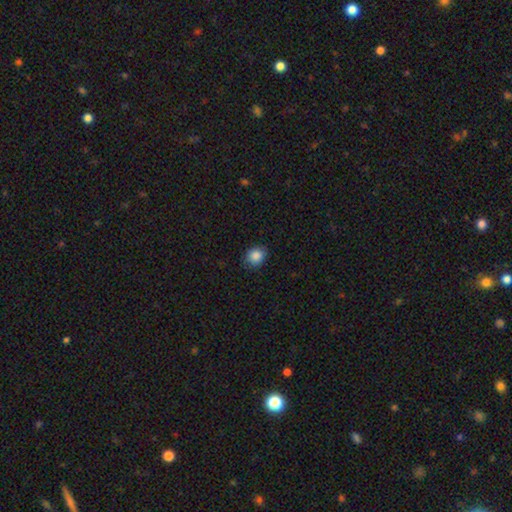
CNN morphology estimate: Q: Smooth or featured?
A: smooth (87%); runner-up: star or artifact (9%)
Q: How rounded?
A: round (58%); runner-up: in between (41%)
Q: Merging?
A: none (84%); runner-up: minor disturbance (13%)